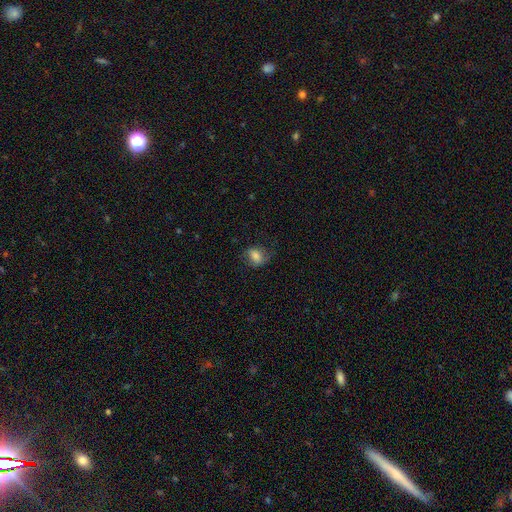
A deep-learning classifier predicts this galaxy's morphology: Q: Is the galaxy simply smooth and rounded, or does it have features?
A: smooth — 76%.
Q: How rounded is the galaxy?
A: in between — 64%.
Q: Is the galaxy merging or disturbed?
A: none — 65%.